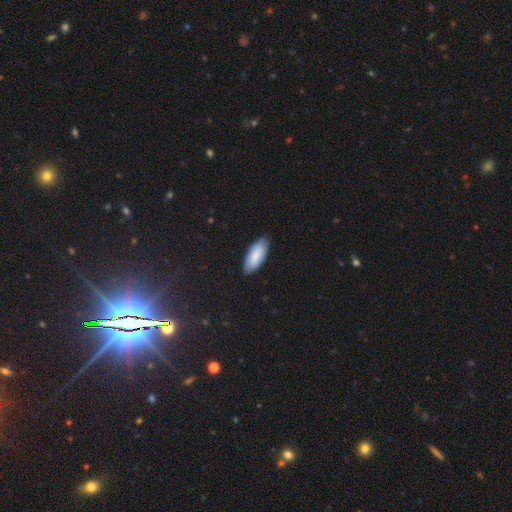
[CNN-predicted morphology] A smooth galaxy with no disk features (85%) that is in between round and cigar-shaped (82%). Merging: none (84%).